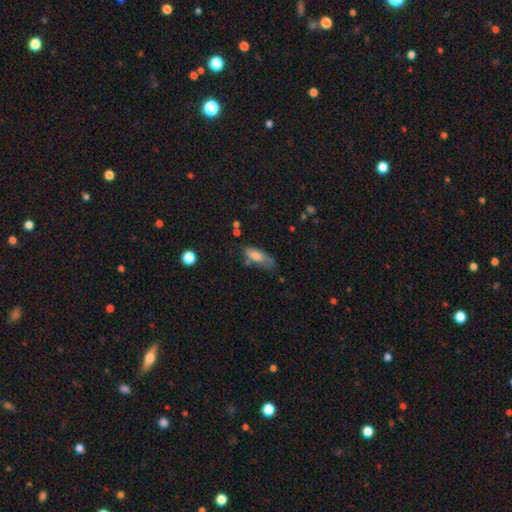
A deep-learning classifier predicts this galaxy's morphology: Overall: smooth (75%). How rounded: in between (69%). Merging: none (44%; minor disturbance 33%).